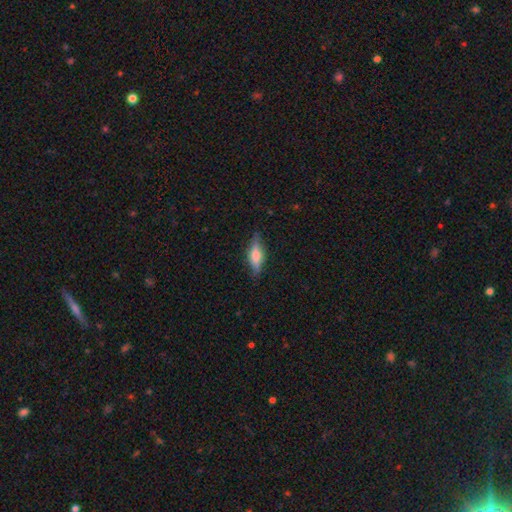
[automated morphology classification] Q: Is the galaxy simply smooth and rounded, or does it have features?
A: smooth — 49%.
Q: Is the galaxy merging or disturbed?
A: none — 81%.